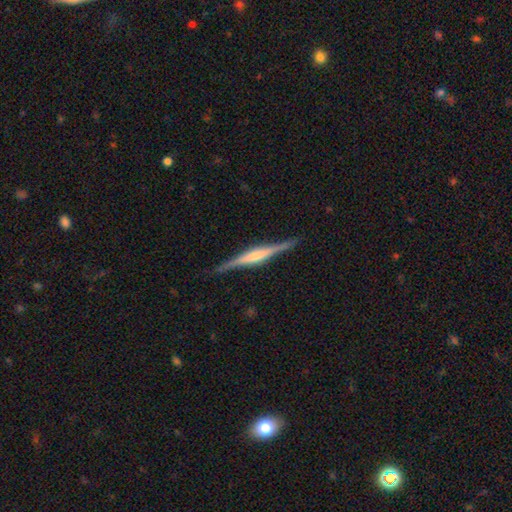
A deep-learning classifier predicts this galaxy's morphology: Q: Smooth or featured?
A: featured or disk (75%); runner-up: smooth (20%)
Q: Edge-on disk?
A: yes (98%); runner-up: no (2%)
Q: Edge-on bulge?
A: rounded (49%); runner-up: boxy (34%)
Q: Merging?
A: none (89%); runner-up: minor disturbance (9%)